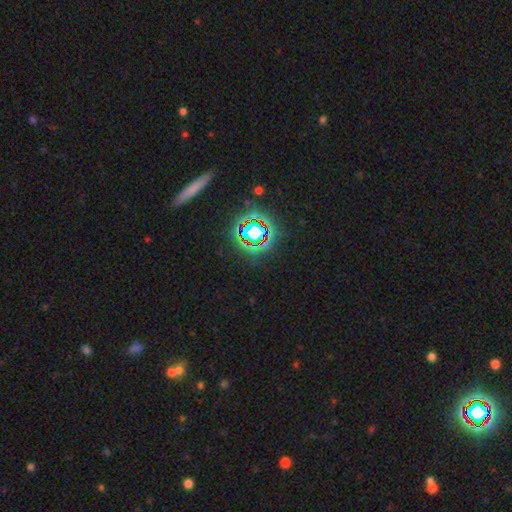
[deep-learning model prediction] The model was most divided on "smooth or featured": star or artifact: 74%, smooth: 14%, featured or disk: 11%.